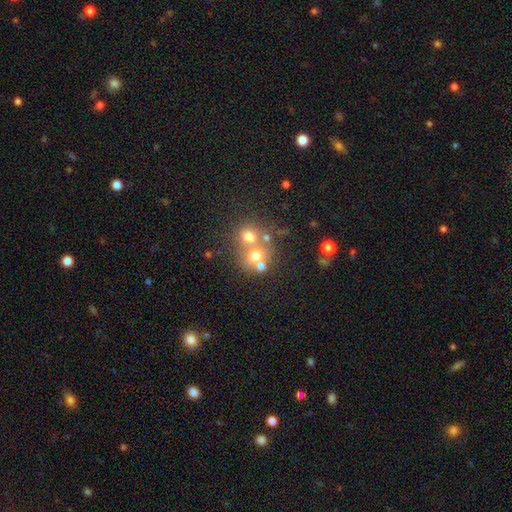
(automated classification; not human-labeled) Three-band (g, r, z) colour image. It shows a smooth galaxy with no disk features (61%) that is round (78%). Merging: merger (48%).